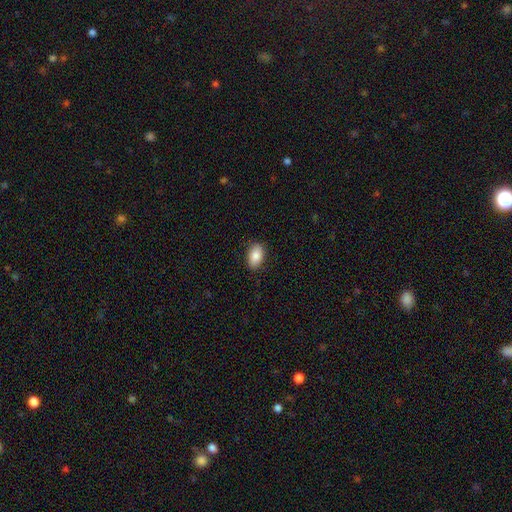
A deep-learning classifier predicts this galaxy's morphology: Smooth or featured? smooth (85%)
How rounded? in between (90%)
Merging? none (88%)